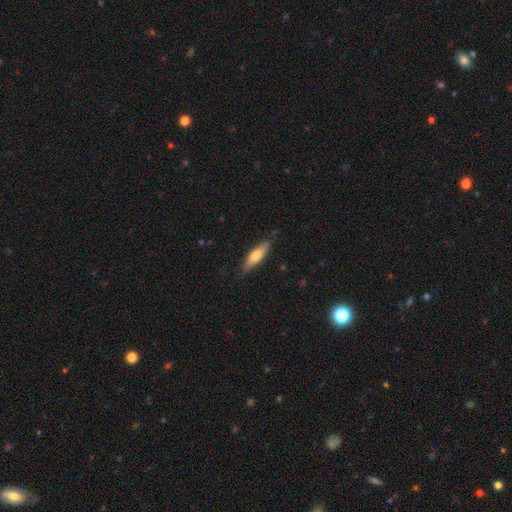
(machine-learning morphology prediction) Overall: smooth (60%; featured or disk 34%). How rounded: cigar-shaped (61%; in between 37%). Merging: none (80%).